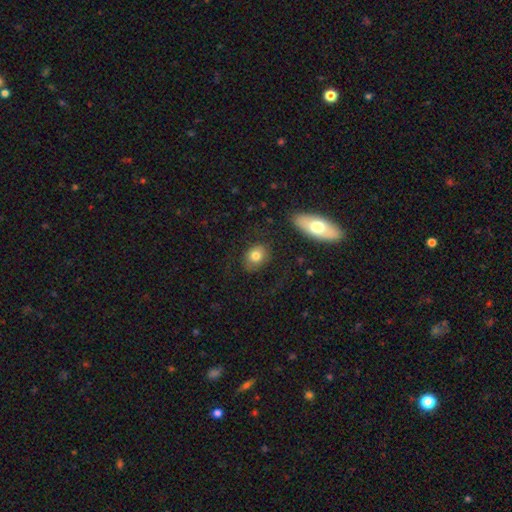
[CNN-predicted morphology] smooth_or_featured: smooth (p=0.78) [alt: featured or disk p=0.12]
how_rounded: in between (p=0.51) [alt: round p=0.48]
merging: none (p=0.75) [alt: minor disturbance p=0.16]